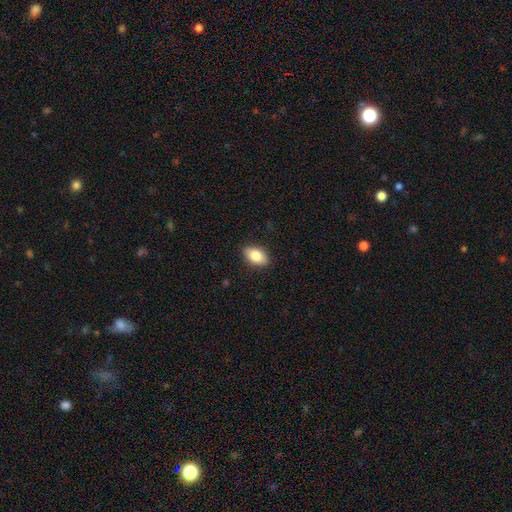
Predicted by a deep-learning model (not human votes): A smooth galaxy with no disk features (85%) that is in between round and cigar-shaped (91%).

Vote fractions:
- Smooth or featured? smooth: 85% / featured or disk: 8% / star or artifact: 7%
- How rounded? in between: 91% / round: 7% / cigar-shaped: 2%
- Merging? none: 88% / minor disturbance: 9% / major disturbance: 2% / merger: 1%